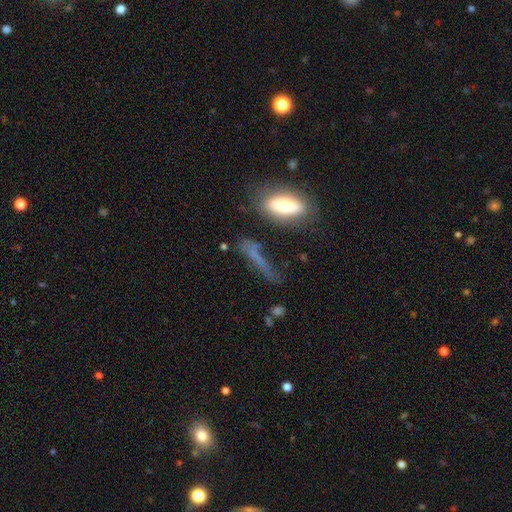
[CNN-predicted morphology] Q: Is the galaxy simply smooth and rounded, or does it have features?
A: smooth — 55%.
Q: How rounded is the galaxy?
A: cigar-shaped — 72%.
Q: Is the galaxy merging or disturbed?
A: none — 56%.